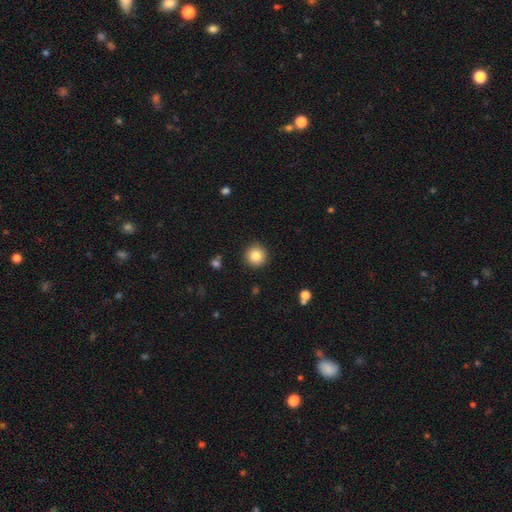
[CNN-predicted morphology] Smooth or featured? smooth (84%)
How rounded? round (96%)
Merging? none (91%)